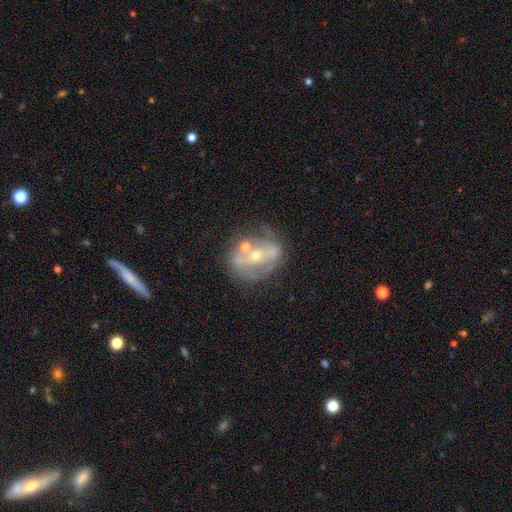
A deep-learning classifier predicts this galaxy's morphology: smooth_or_featured: featured or disk (p=0.69) [alt: smooth p=0.20]
disk_edge_on: no (p=0.93) [alt: yes p=0.07]
bar: no (p=0.44) [alt: strong p=0.31]
has_spiral_arms: no (p=0.68) [alt: yes p=0.32]
bulge_size: small (p=0.48) [alt: moderate p=0.47]
merging: none (p=0.49) [alt: merger p=0.21]